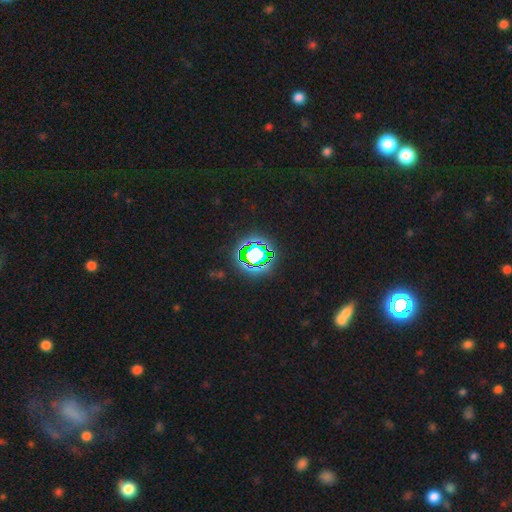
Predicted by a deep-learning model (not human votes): smooth-or-featured: star or artifact: 67% | smooth: 20% | featured or disk: 13%